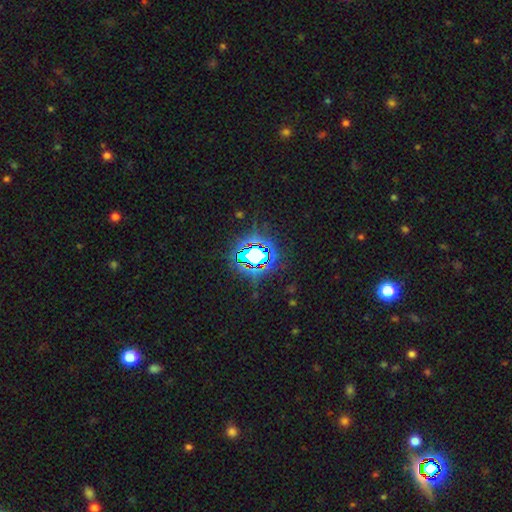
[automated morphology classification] Smooth or featured? Predicted: star or artifact (p=0.76).